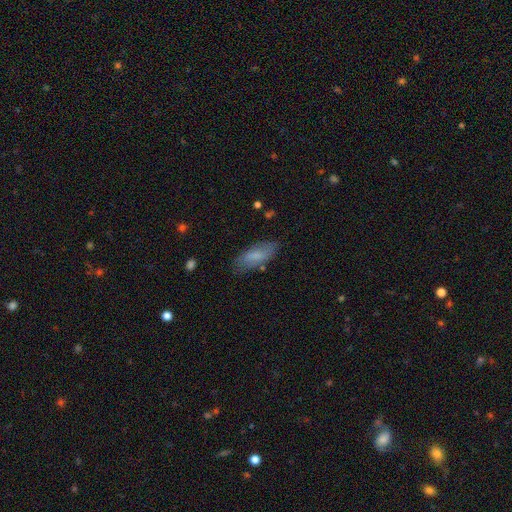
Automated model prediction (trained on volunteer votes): smooth_or_featured: smooth (p=0.74) [alt: featured or disk p=0.20]
how_rounded: in between (p=0.75) [alt: cigar-shaped p=0.23]
merging: none (p=0.75) [alt: minor disturbance p=0.18]